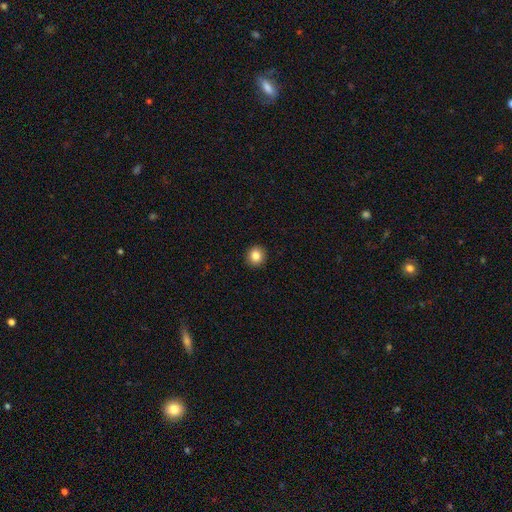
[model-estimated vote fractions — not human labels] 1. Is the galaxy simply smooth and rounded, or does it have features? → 85% smooth, 10% star or artifact, 5% featured or disk.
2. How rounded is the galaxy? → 89% round, 10% in between, 1% cigar-shaped.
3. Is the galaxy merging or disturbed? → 93% none, 5% minor disturbance, 1% major disturbance, 1% merger.